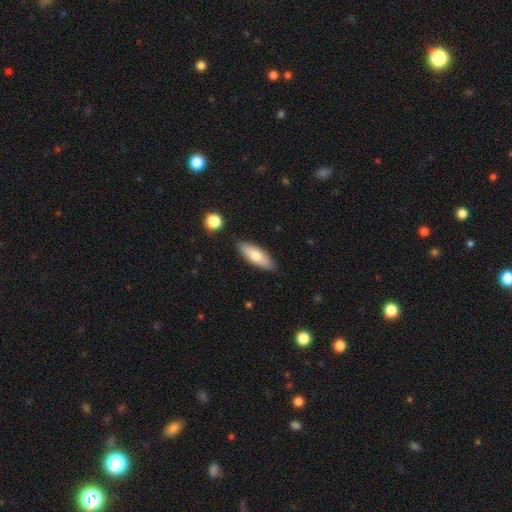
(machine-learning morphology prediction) This is likely a smooth galaxy (75%). How rounded: likely in between (66%). Merging: clearly none (86%).